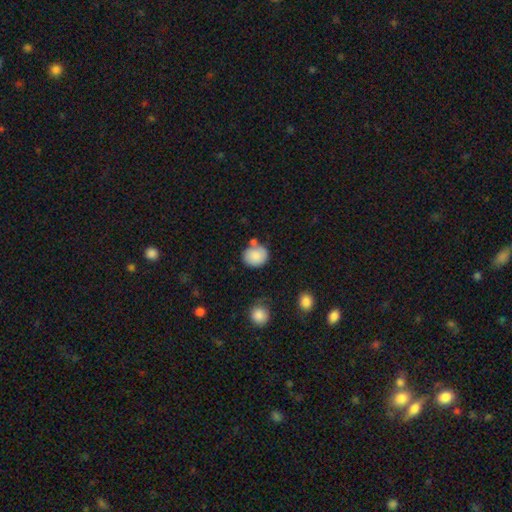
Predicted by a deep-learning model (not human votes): A smooth galaxy with no disk features (85%) that is round (70%).

Vote fractions:
- Smooth or featured? smooth: 85% / featured or disk: 7% / star or artifact: 7%
- How rounded? round: 70% / in between: 29% / cigar-shaped: 1%
- Merging? none: 63% / minor disturbance: 18% / merger: 14% / major disturbance: 5%